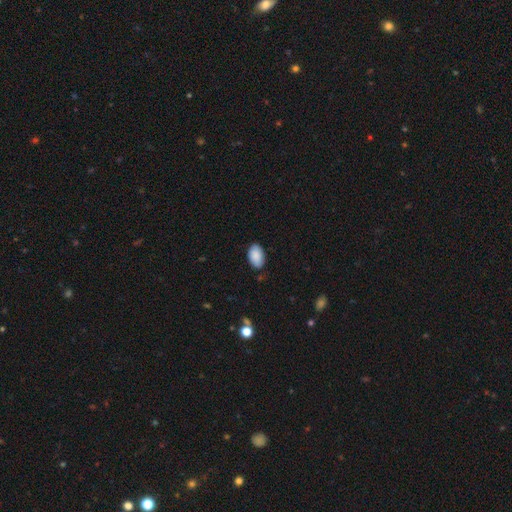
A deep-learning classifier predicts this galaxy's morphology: smooth 89%, star or artifact 6%, featured or disk 5%. Down the decision tree: how rounded — in between (94%); merging — none (82%).